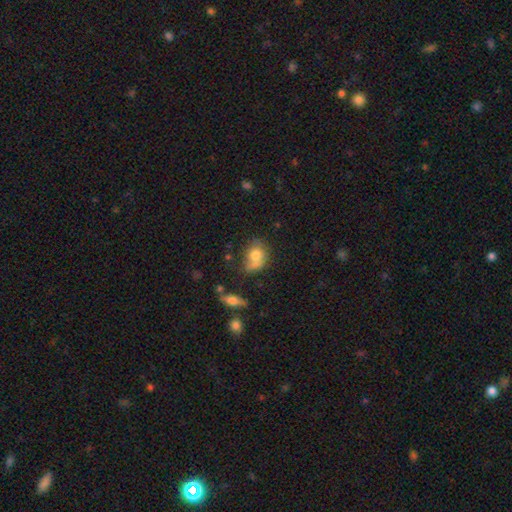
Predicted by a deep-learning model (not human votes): smooth 73%, featured or disk 17%, star or artifact 10%. Down the decision tree: how rounded — round (50%); merging — none (42%).